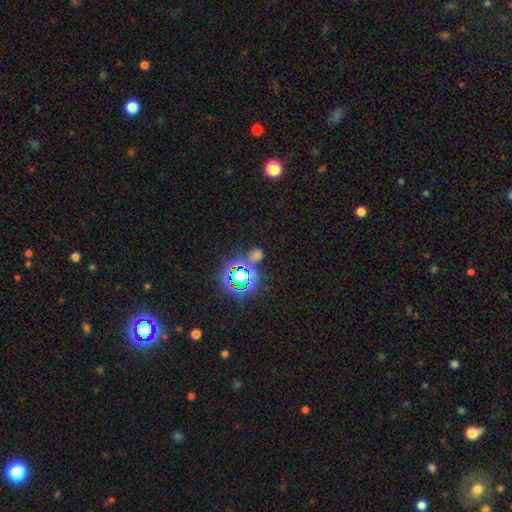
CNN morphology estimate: The model was most divided on "smooth or featured": smooth: 47%, star or artifact: 45%, featured or disk: 7%. More confident: merging — none (69%).